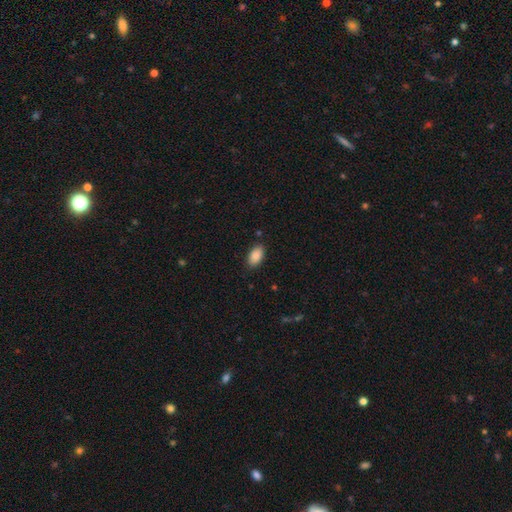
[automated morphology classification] smooth-or-featured: smooth: 89% | star or artifact: 7% | featured or disk: 4%
  how-rounded: in between: 94% | round: 4% | cigar-shaped: 2%
  merging: none: 86% | minor disturbance: 10% | major disturbance: 2% | merger: 1%